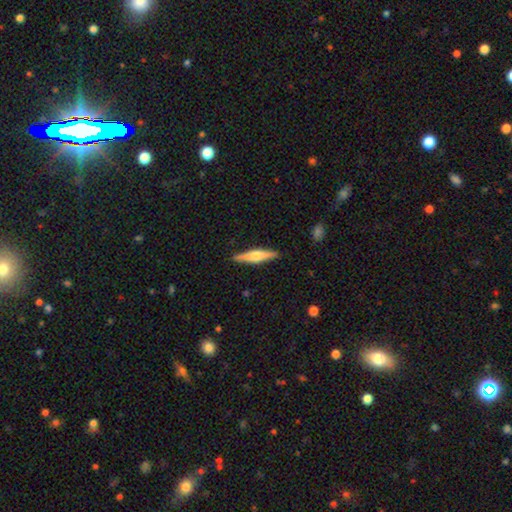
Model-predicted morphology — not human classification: This is possibly a featured or disk galaxy (59%). It is clearly viewed edge-on (96%). Edge-on bulge: clearly rounded (88%). Merging: clearly none (90%).